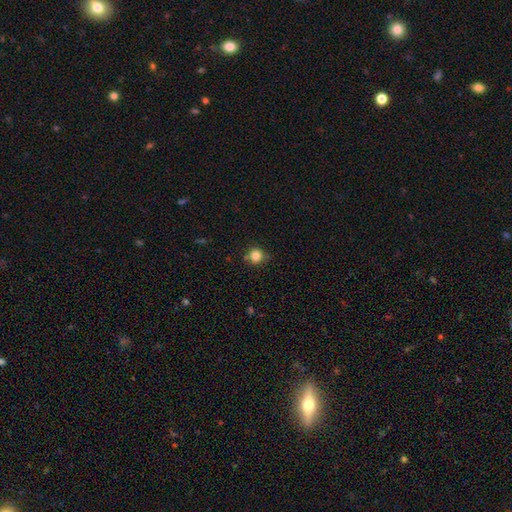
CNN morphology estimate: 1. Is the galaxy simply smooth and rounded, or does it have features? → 83% smooth, 12% star or artifact, 5% featured or disk.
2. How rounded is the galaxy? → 94% round, 5% in between, 1% cigar-shaped.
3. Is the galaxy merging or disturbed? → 80% none, 12% minor disturbance, 5% merger, 3% major disturbance.